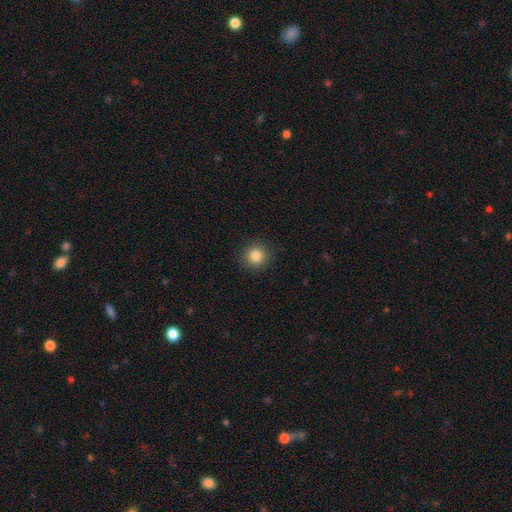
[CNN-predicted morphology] Smooth or featured?
  - smooth: 84% *
  - star or artifact: 11%
  - featured or disk: 5%
How rounded?
  - round: 93% *
  - in between: 6%
  - cigar-shaped: 1%
Merging?
  - none: 91% *
  - minor disturbance: 6%
  - major disturbance: 2%
  - merger: 1%